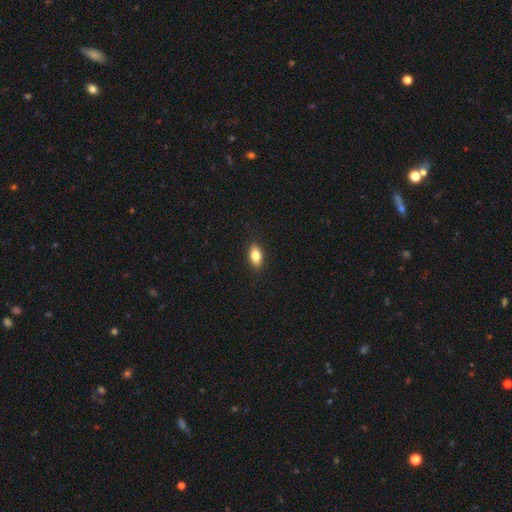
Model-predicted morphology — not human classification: This appears to be a smooth galaxy with no disk features (78%) that is in between round and cigar-shaped (86%). Merging: none (90%).